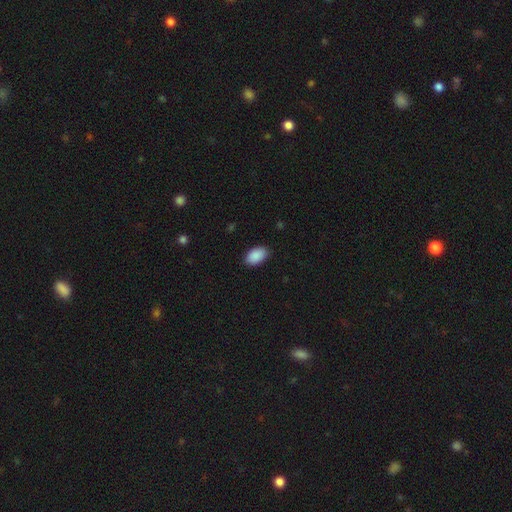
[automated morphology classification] Smooth or featured? Predicted: smooth (p=0.91). How rounded? Predicted: in between (p=0.94). Merging? Predicted: none (p=0.87).